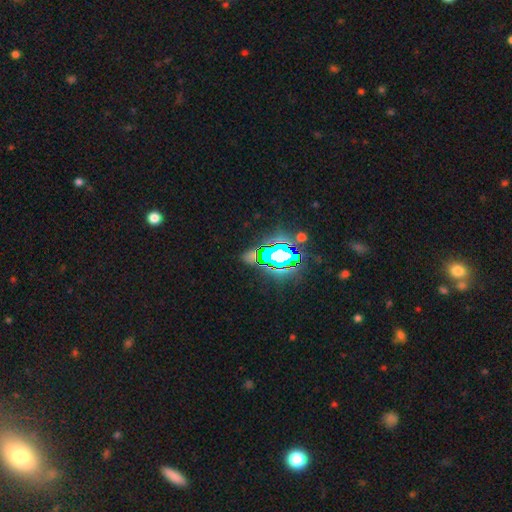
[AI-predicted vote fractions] Q: Smooth or featured?
A: star or artifact (65%); runner-up: smooth (22%)